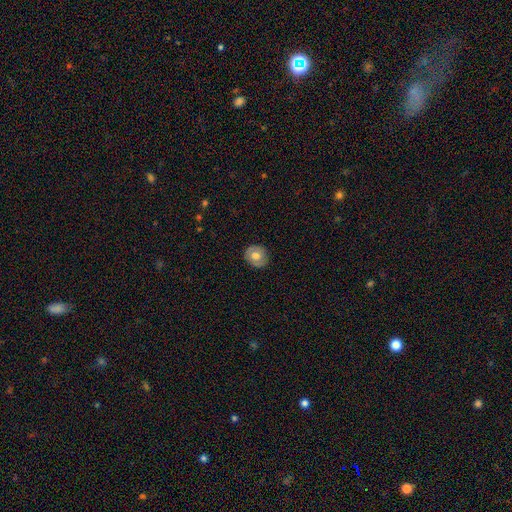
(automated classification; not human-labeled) Smooth or featured? smooth (62%)
How rounded? round (83%)
Merging? none (86%)